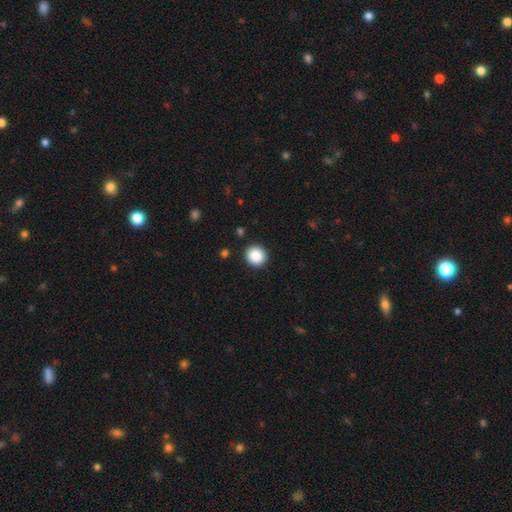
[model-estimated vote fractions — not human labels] smooth_or_featured: smooth (p=0.88) [alt: star or artifact p=0.09]
how_rounded: round (p=0.88) [alt: in between p=0.11]
merging: none (p=0.91) [alt: minor disturbance p=0.06]